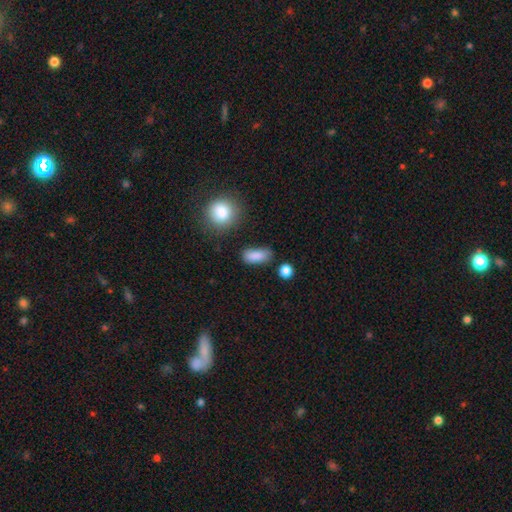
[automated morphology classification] Smooth or featured?
  - smooth: 86% *
  - star or artifact: 8%
  - featured or disk: 5%
How rounded?
  - in between: 81% *
  - cigar-shaped: 13%
  - round: 6%
Merging?
  - none: 72% *
  - minor disturbance: 19%
  - major disturbance: 5%
  - merger: 4%